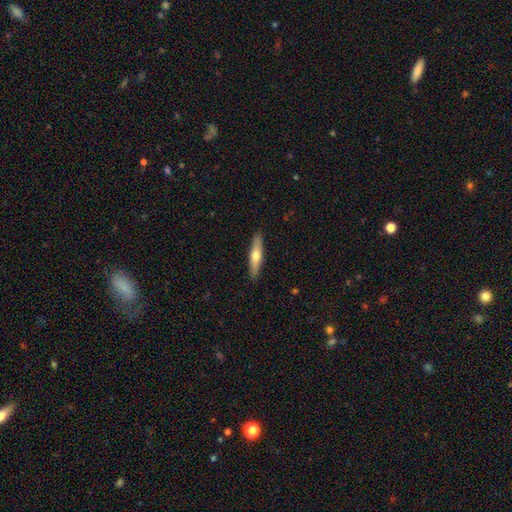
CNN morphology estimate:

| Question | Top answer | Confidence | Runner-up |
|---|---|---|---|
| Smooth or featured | smooth | 56% | featured or disk (38%) |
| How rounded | cigar-shaped | 82% | in between (16%) |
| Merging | none | 90% | minor disturbance (7%) |